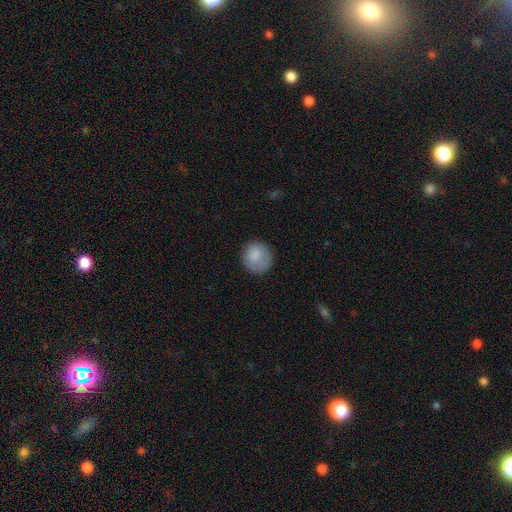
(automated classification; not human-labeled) This is clearly a smooth galaxy (83%). How rounded: clearly round (88%). Merging: likely none (75%).